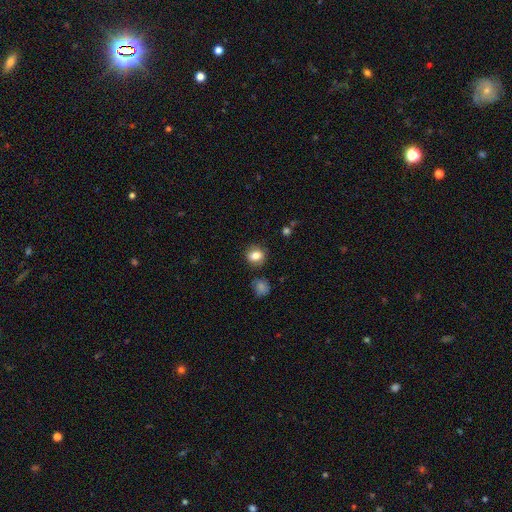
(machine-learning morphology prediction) This is clearly a smooth galaxy (81%). How rounded: likely round (67%). Merging: clearly none (82%).